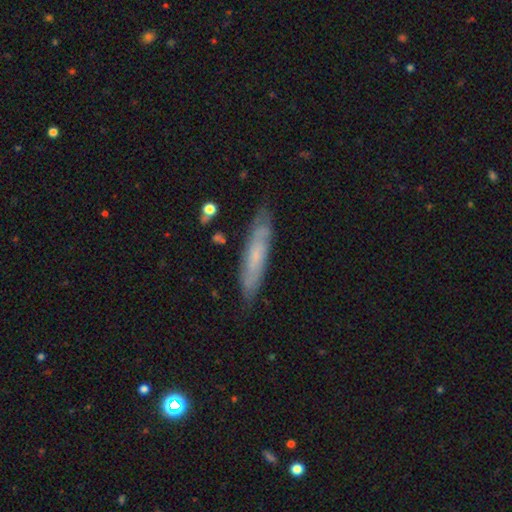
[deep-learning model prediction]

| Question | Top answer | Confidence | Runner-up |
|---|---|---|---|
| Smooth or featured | smooth | 47% | featured or disk (46%) |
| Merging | none | 80% | minor disturbance (15%) |